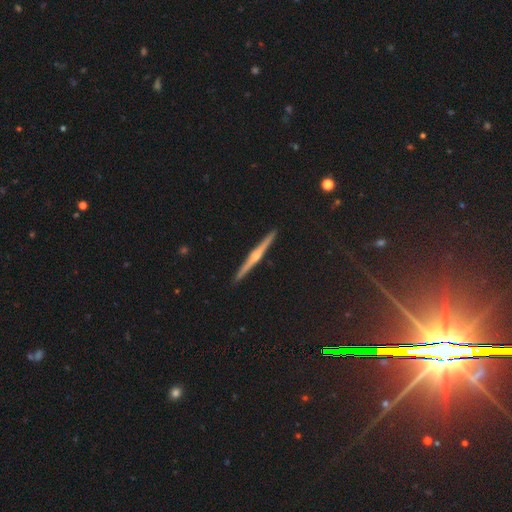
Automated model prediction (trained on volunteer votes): Smooth or featured? featured or disk (72%)
Edge-on disk? yes (96%)
Edge-on bulge? rounded (79%)
Merging? none (87%)